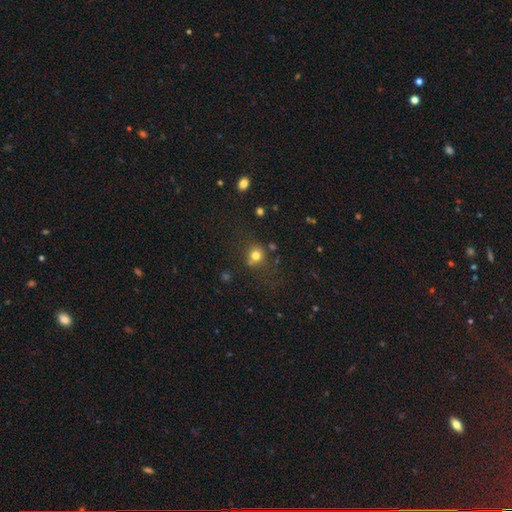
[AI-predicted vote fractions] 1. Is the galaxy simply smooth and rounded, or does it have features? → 75% smooth, 16% star or artifact, 9% featured or disk.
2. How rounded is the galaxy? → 79% round, 20% in between, 1% cigar-shaped.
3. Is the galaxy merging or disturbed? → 66% none, 16% minor disturbance, 10% merger, 8% major disturbance.